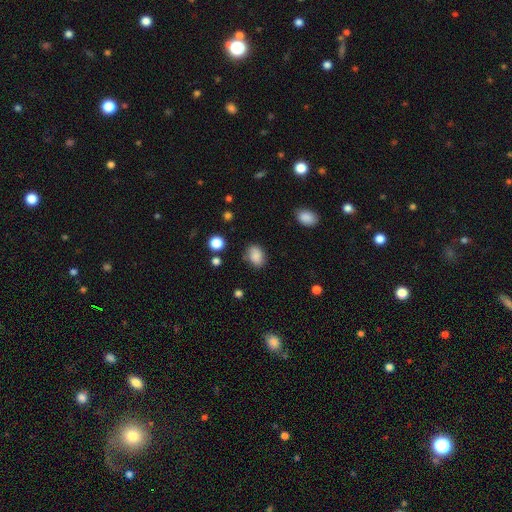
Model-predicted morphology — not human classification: smooth 85%, star or artifact 9%, featured or disk 6%. Down the decision tree: how rounded — in between (75%); merging — none (75%).